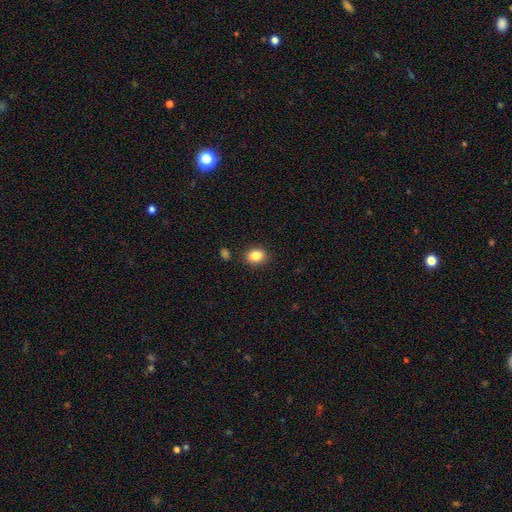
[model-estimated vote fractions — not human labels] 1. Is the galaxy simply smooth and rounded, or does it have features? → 85% smooth, 9% star or artifact, 6% featured or disk.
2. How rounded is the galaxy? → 55% in between, 44% round, 1% cigar-shaped.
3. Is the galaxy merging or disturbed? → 86% none, 9% minor disturbance, 2% merger, 2% major disturbance.